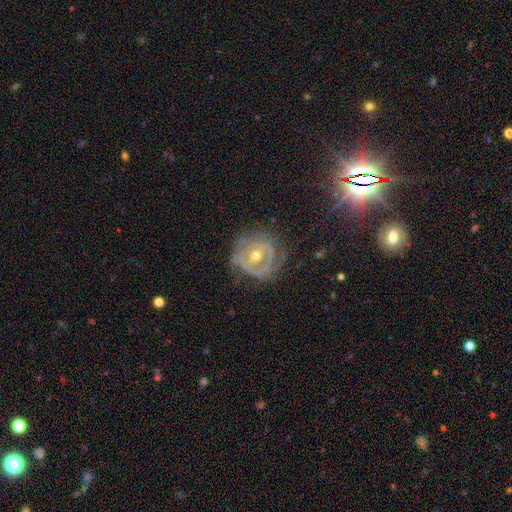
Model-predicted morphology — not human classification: featured or disk 77%, smooth 13%, star or artifact 9%. Down the decision tree: edge-on disk — no (96%); bar — no (58%); spiral arms — yes (71%); spiral arm count — can't tell (40%); spiral winding — tight (66%); bulge size — moderate (69%); merging — none (66%).